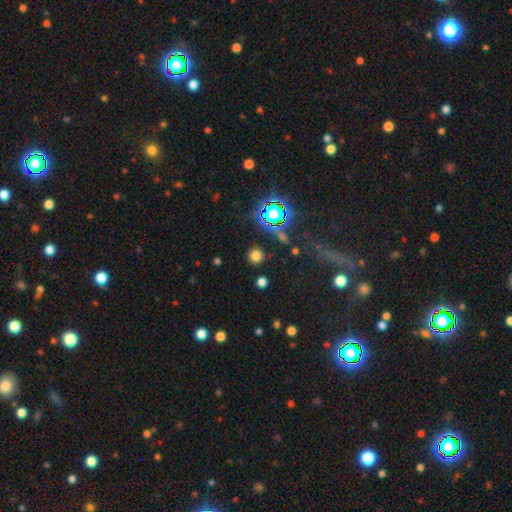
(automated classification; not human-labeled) This is likely a smooth galaxy (70%). How rounded: clearly round (93%). Merging: clearly none (88%).